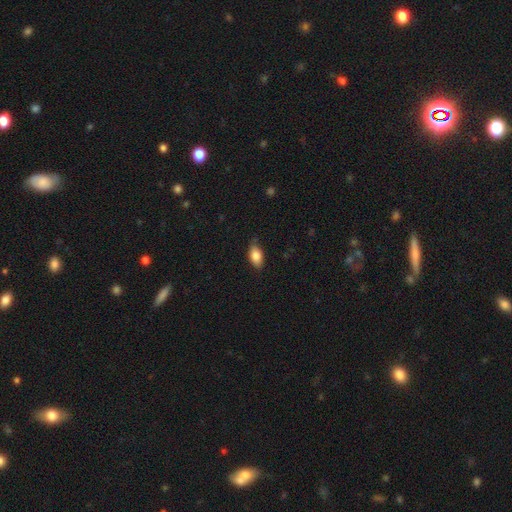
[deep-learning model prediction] Smooth or featured? smooth (83%)
How rounded? in between (91%)
Merging? none (77%)